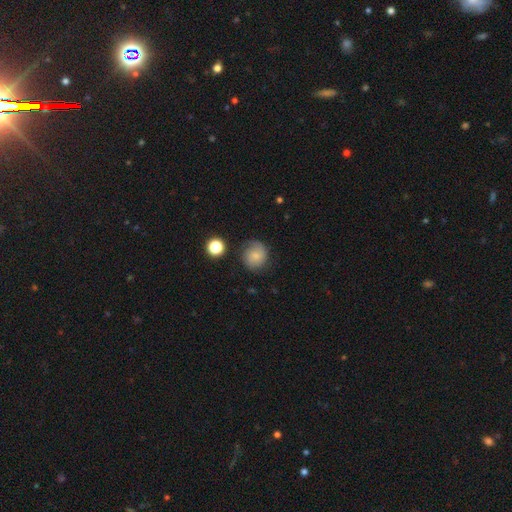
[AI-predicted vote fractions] The model was most divided on "smooth or featured": smooth: 60%, featured or disk: 29%, star or artifact: 11%. More confident: how rounded — round (85%); merging — none (71%).